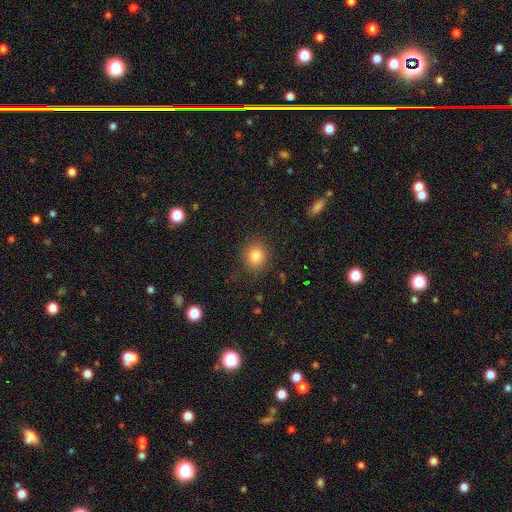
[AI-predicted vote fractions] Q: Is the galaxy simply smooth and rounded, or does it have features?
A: smooth — 83%.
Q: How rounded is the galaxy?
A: round — 69%.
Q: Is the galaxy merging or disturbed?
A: none — 80%.